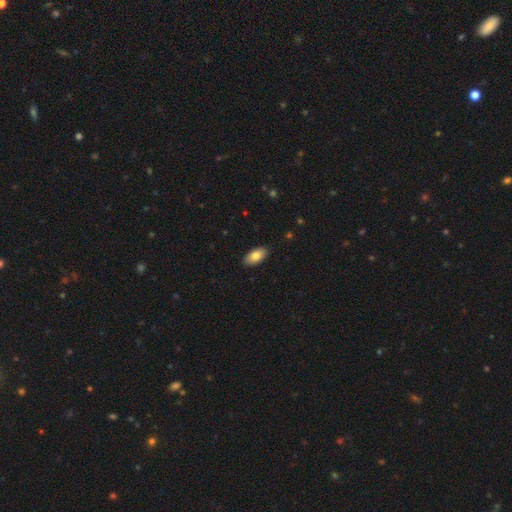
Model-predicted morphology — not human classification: The model was most divided on "smooth or featured": smooth: 81%, featured or disk: 12%, star or artifact: 7%. More confident: how rounded — in between (93%); merging — none (89%).